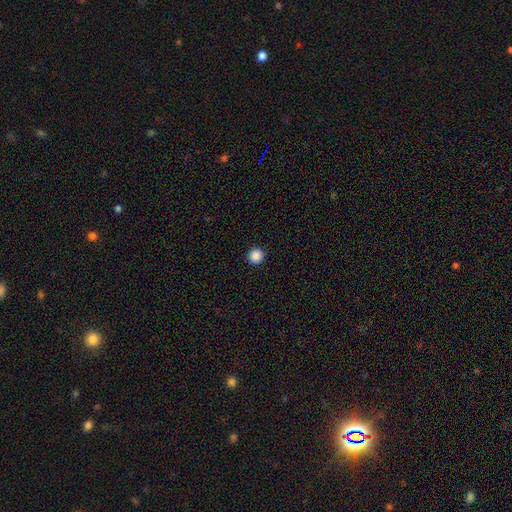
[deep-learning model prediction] Morphology: type=smooth (88%); roundness=round (96%); merging=none (94%).